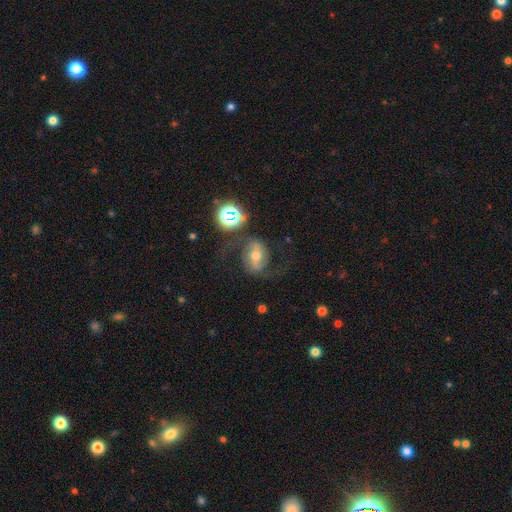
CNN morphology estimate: Smooth or featured? Predicted: featured or disk (p=0.69). Edge-on disk? Predicted: no (p=0.97). Bar? Predicted: weak (p=0.37). Spiral arms? Predicted: yes (p=0.90). Spiral winding? Predicted: loose (p=0.55). Spiral arm count? Predicted: 2 (p=0.91). Bulge size? Predicted: moderate (p=0.64). Merging? Predicted: none (p=0.65).